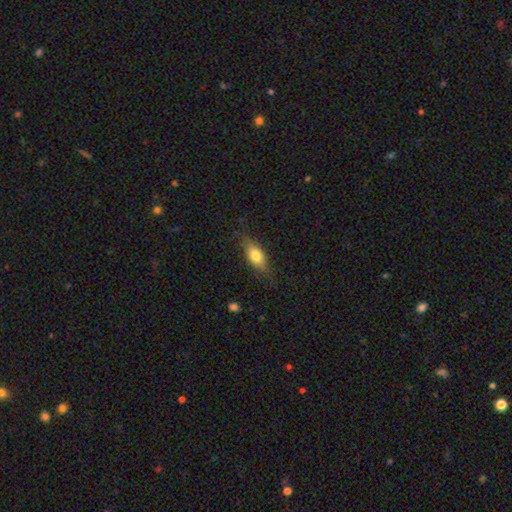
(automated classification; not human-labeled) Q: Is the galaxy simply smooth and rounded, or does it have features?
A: smooth — 69%.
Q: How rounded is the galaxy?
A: in between — 74%.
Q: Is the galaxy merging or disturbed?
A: none — 76%.